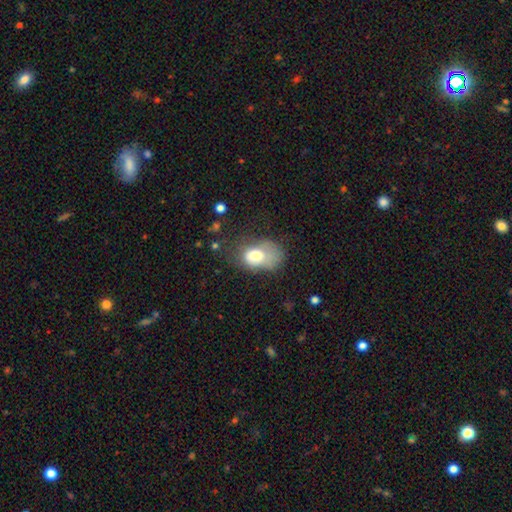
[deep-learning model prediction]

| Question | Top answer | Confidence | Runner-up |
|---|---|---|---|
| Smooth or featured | smooth | 70% | featured or disk (21%) |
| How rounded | in between | 80% | round (19%) |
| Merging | major disturbance | 39% | minor disturbance (31%) |